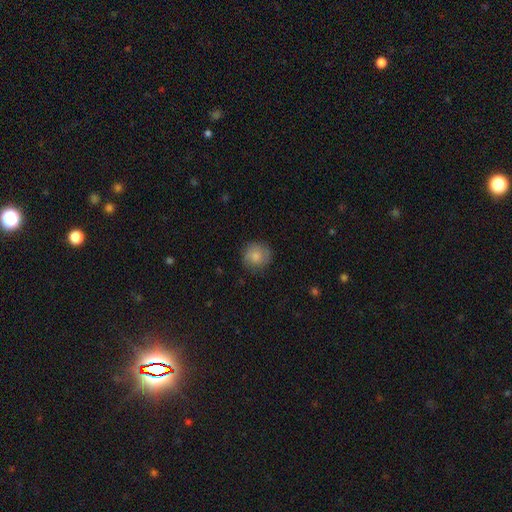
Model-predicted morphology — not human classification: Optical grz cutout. It shows a smooth galaxy with no disk features (76%) that is round (89%). Merging: none (81%).